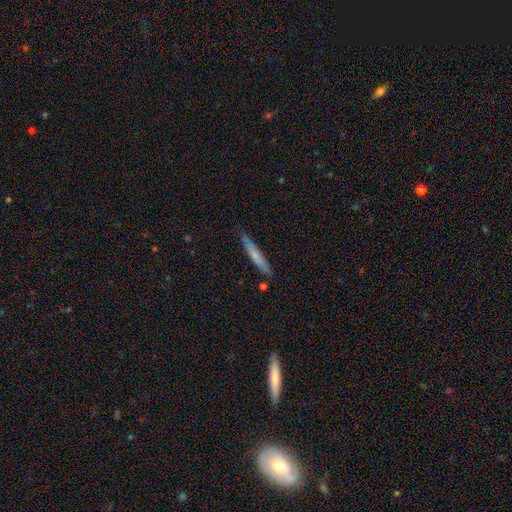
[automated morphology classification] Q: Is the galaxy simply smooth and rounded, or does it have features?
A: smooth — 64%.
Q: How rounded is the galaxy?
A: cigar-shaped — 93%.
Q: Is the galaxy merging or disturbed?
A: none — 75%.